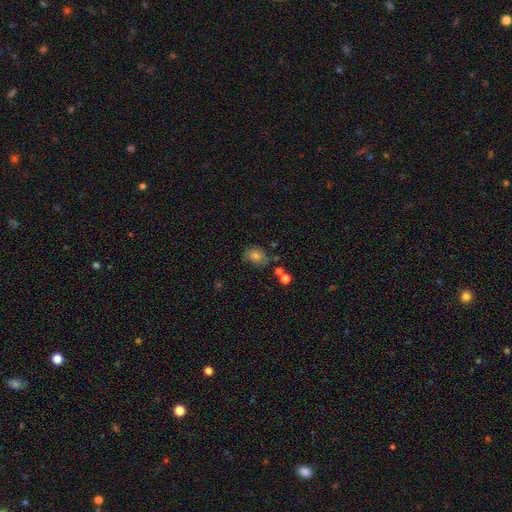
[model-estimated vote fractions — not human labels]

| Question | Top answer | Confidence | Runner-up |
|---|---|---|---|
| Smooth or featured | smooth | 73% | star or artifact (14%) |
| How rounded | in between | 57% | round (42%) |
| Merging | none | 65% | minor disturbance (22%) |